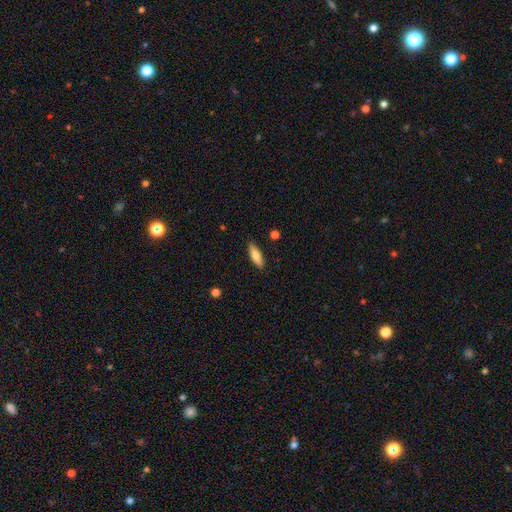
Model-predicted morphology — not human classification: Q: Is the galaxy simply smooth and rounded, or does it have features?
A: smooth — 81%.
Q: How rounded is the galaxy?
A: in between — 53%.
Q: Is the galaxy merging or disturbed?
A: none — 88%.